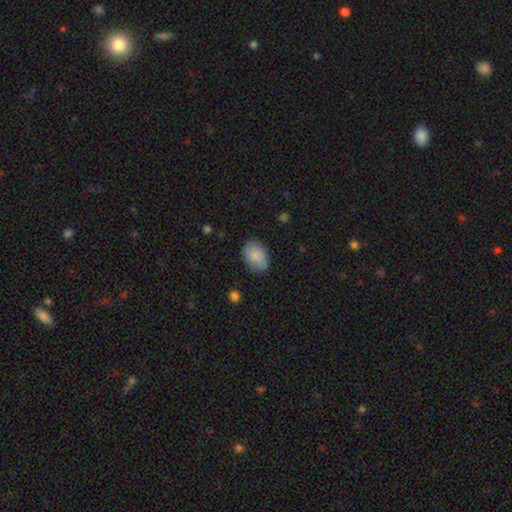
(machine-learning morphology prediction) This is clearly a smooth galaxy (85%). How rounded: likely in between (79%). Merging: likely none (74%).